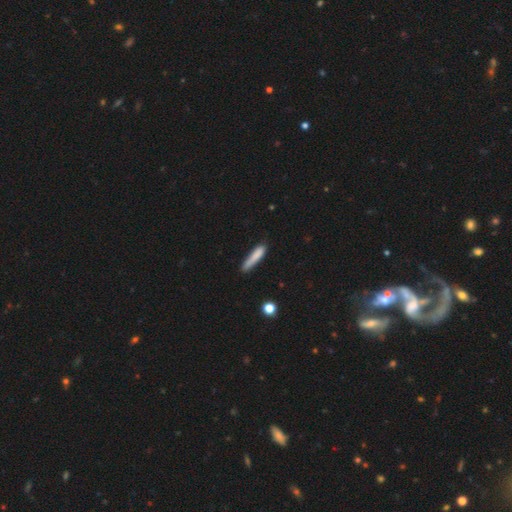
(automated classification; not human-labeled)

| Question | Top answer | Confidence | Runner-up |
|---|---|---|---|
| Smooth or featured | smooth | 80% | featured or disk (13%) |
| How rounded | cigar-shaped | 89% | in between (9%) |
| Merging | none | 65% | minor disturbance (26%) |